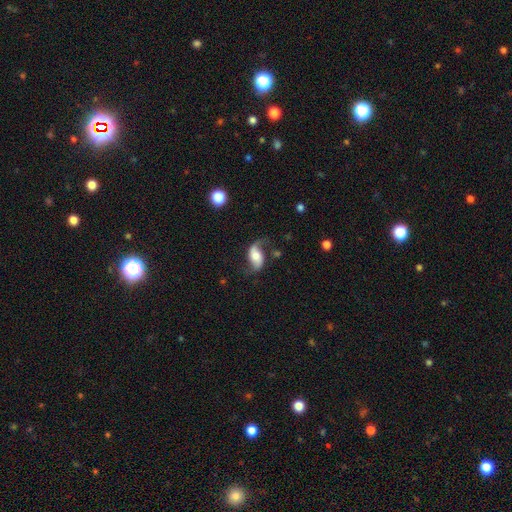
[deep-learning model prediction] Morphology: type=featured or disk (72%); edge-on=no (95%); bar=no (50%); spiral arms=yes (92%); winding=loose (77%); arm count=2 (88%); bulge=moderate (57%); merging=none (62%).